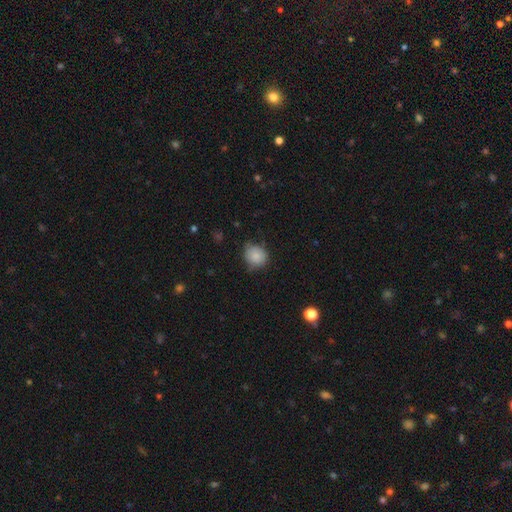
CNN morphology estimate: A smooth galaxy with no disk features (84%) that is round (77%).

Vote fractions:
- Smooth or featured? smooth: 84% / star or artifact: 9% / featured or disk: 8%
- How rounded? round: 77% / in between: 22% / cigar-shaped: 1%
- Merging? none: 66% / minor disturbance: 28% / major disturbance: 5% / merger: 2%